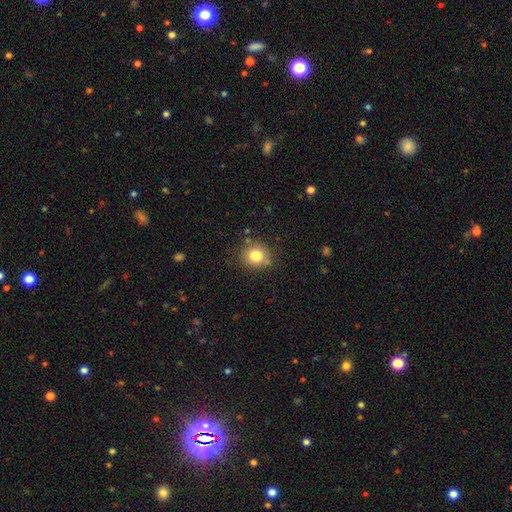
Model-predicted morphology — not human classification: smooth_or_featured: smooth (p=0.80) [alt: star or artifact p=0.12]
how_rounded: round (p=0.84) [alt: in between p=0.16]
merging: none (p=0.80) [alt: minor disturbance p=0.12]